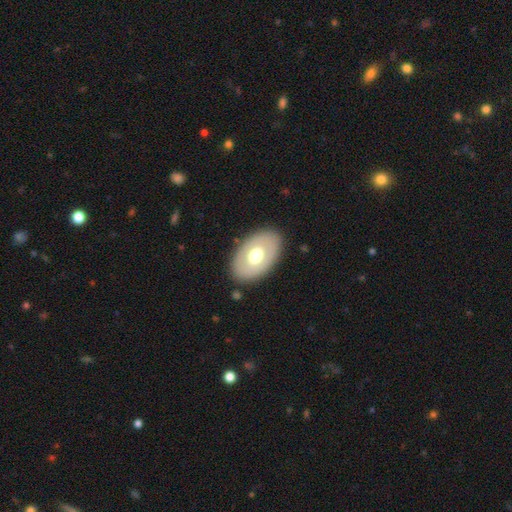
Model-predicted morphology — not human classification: Q: Smooth or featured?
A: smooth (56%); runner-up: featured or disk (39%)
Q: How rounded?
A: in between (88%); runner-up: round (11%)
Q: Merging?
A: none (85%); runner-up: minor disturbance (10%)